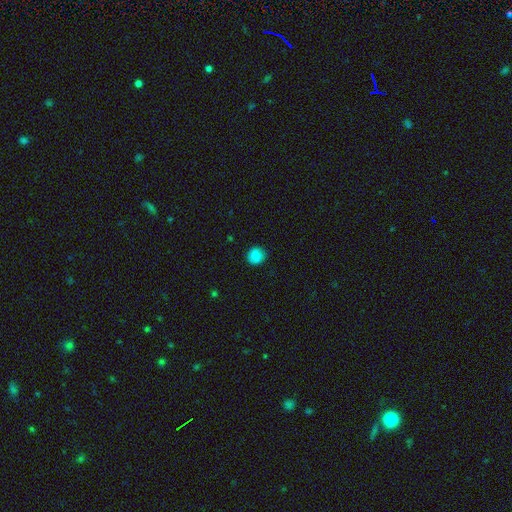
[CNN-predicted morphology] A smooth galaxy with no disk features (86%) that is round (88%). Merging: none (89%).